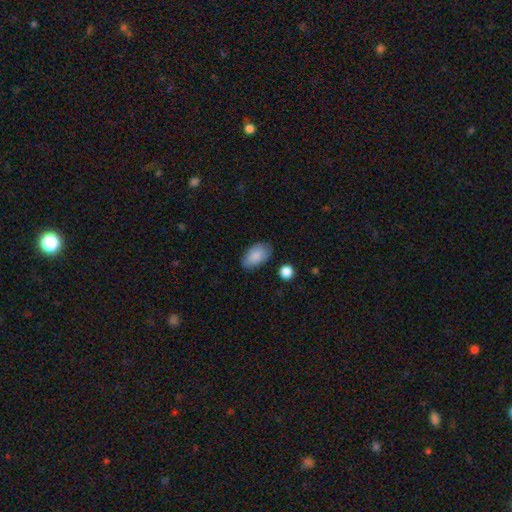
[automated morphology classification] smooth 87%, star or artifact 6%, featured or disk 6%. Down the decision tree: how rounded — in between (93%); merging — none (77%).